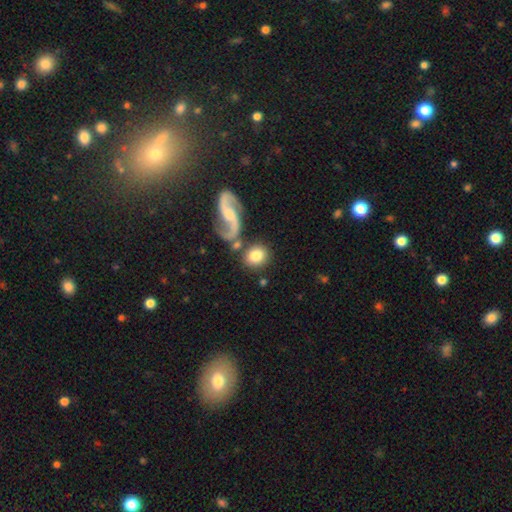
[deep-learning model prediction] smooth 71%, featured or disk 23%, star or artifact 7%. Down the decision tree: how rounded — round (72%); merging — none (71%).